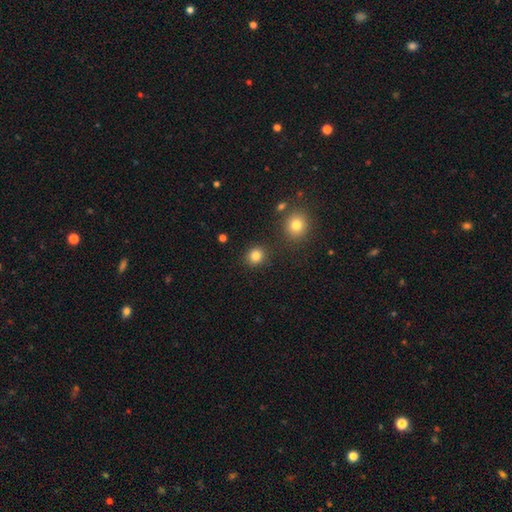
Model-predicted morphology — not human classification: smooth-or-featured: smooth: 84% | star or artifact: 12% | featured or disk: 4%
  how-rounded: round: 83% | in between: 16% | cigar-shaped: 1%
  merging: none: 88% | minor disturbance: 7% | merger: 3% | major disturbance: 2%